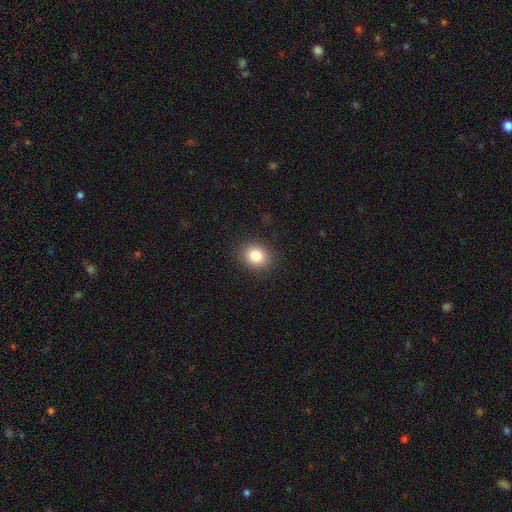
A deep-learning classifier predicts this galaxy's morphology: Smooth or featured? Predicted: smooth (p=0.83). How rounded? Predicted: round (p=0.61). Merging? Predicted: none (p=0.88).